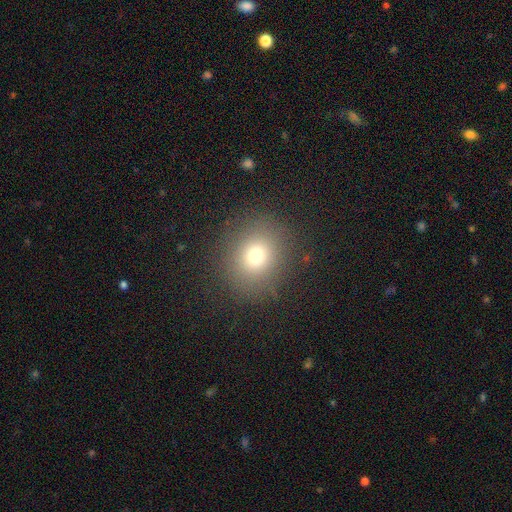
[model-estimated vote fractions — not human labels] This appears to be a smooth galaxy with no disk features (74%) that is round (79%). Merging: none (87%).